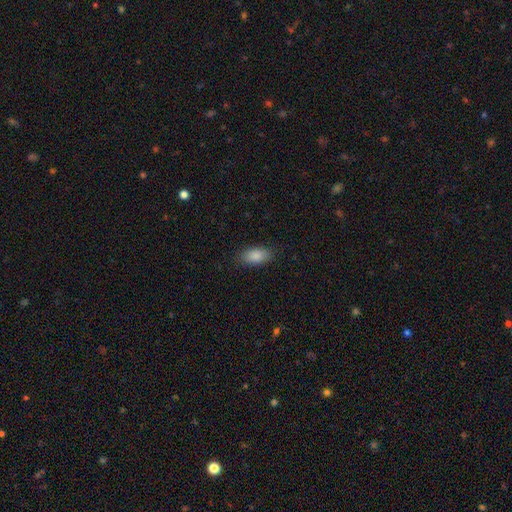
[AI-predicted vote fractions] Smooth or featured? smooth (88%)
How rounded? in between (90%)
Merging? none (87%)